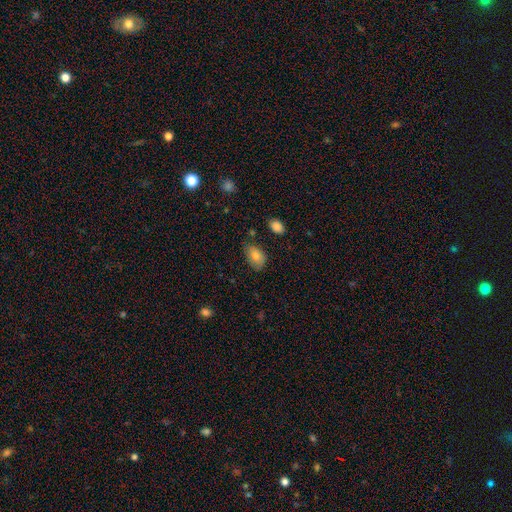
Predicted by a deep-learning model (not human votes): Smooth or featured?
  - smooth: 80% *
  - featured or disk: 12%
  - star or artifact: 8%
How rounded?
  - in between: 90% *
  - round: 9%
  - cigar-shaped: 1%
Merging?
  - none: 69% *
  - minor disturbance: 24%
  - major disturbance: 5%
  - merger: 2%